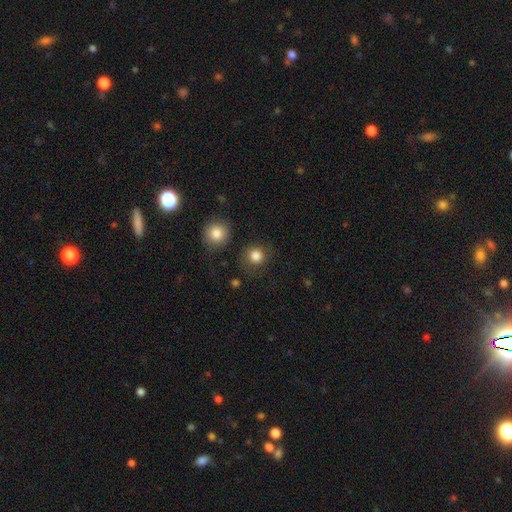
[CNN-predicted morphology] The model was most divided on "merging": none: 80%, minor disturbance: 11%, major disturbance: 5%, merger: 4%. More confident: how rounded — round (89%); smooth or featured — smooth (83%).